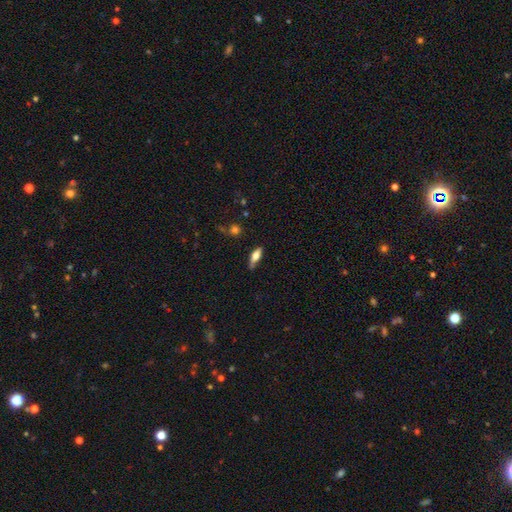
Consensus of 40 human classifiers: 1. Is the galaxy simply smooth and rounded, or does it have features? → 50% smooth, 38% featured or disk, 12% star or artifact.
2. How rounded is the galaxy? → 50% in between (tied), 50% cigar-shaped (tied), 0% round.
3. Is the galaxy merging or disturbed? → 57% none, 40% minor disturbance, 3% major disturbance, 0% merger.